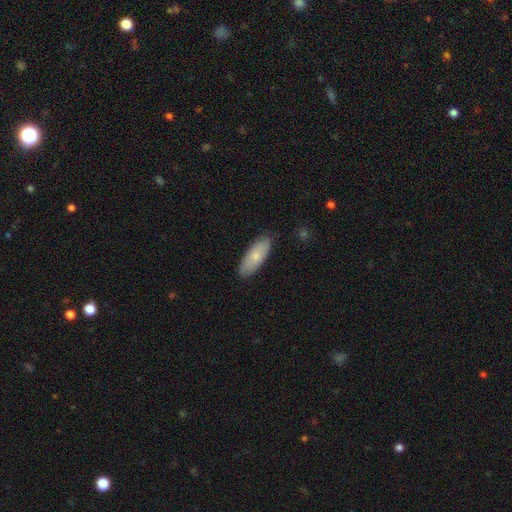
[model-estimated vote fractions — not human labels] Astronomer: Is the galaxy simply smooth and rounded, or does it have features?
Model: smooth — 73%.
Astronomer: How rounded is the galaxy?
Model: in between — 75%.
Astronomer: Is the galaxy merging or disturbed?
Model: none — 85%.